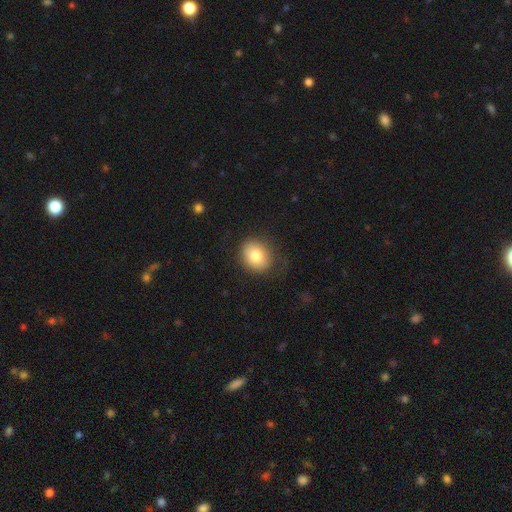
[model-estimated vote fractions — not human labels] A smooth galaxy with no disk features (81%) that is round (62%).

Vote fractions:
- Smooth or featured? smooth: 81% / featured or disk: 10% / star or artifact: 9%
- How rounded? round: 62% / in between: 37% / cigar-shaped: 1%
- Merging? none: 78% / minor disturbance: 15% / major disturbance: 6% / merger: 1%